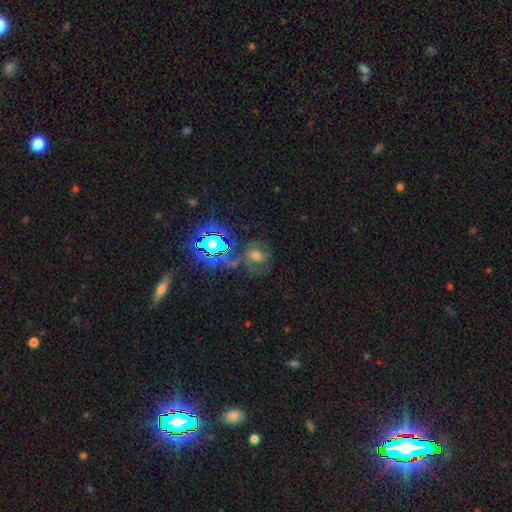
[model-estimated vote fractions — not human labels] Q: Smooth or featured?
A: featured or disk (39%); runner-up: star or artifact (32%)
Q: Merging?
A: none (54%); runner-up: major disturbance (19%)